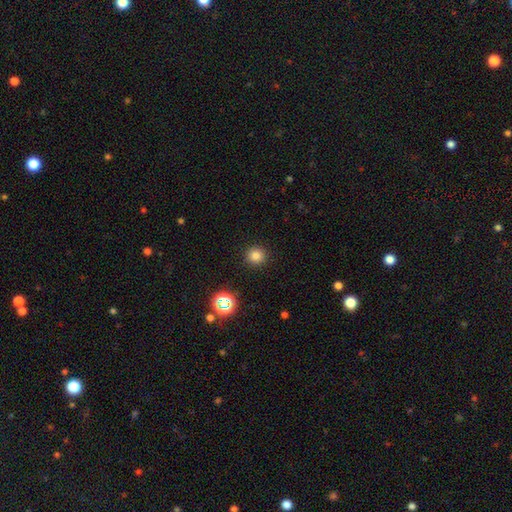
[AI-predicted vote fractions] smooth-or-featured: smooth: 80% | star or artifact: 15% | featured or disk: 5%
  how-rounded: round: 93% | in between: 6% | cigar-shaped: 1%
  merging: none: 91% | minor disturbance: 5% | major disturbance: 2% | merger: 1%